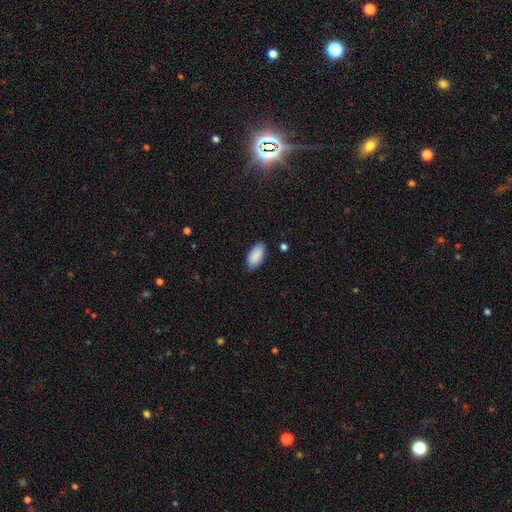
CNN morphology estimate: smooth_or_featured: smooth (p=0.90) [alt: star or artifact p=0.06]
how_rounded: in between (p=0.94) [alt: cigar-shaped p=0.04]
merging: none (p=0.85) [alt: minor disturbance p=0.11]